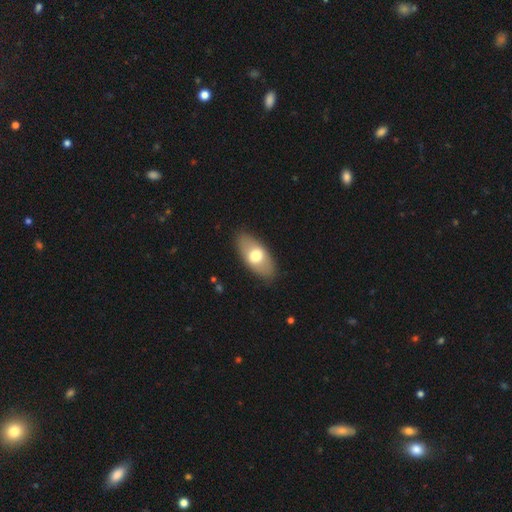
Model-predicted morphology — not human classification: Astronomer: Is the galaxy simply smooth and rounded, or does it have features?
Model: smooth — 65%.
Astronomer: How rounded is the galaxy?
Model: in between — 90%.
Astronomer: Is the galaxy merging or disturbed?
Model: none — 86%.